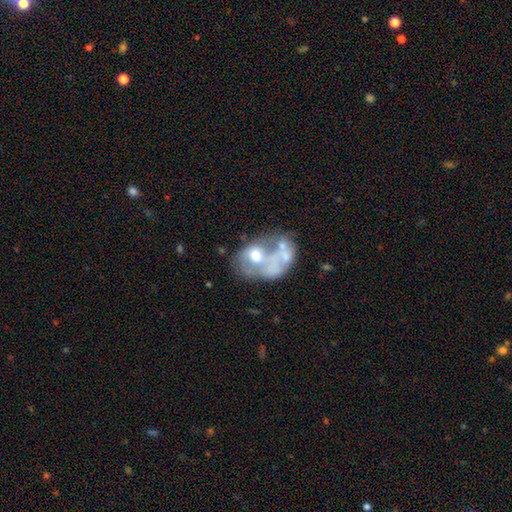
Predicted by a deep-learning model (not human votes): This appears to be a featured or disk galaxy (54%) with no bar (87%), no spiral arms (77%) and a moderate central bulge (42%). Merging: merger (60%).